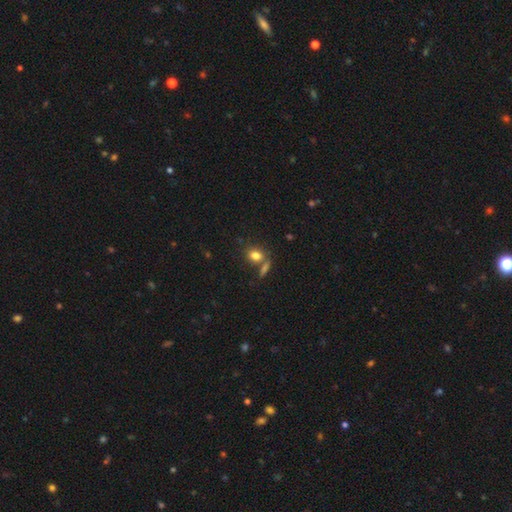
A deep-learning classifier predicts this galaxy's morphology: Smooth or featured: smooth — 80% (star or artifact — 11%)
How rounded: in between — 56% (round — 41%)
Merging: none — 61% (merger — 23%)